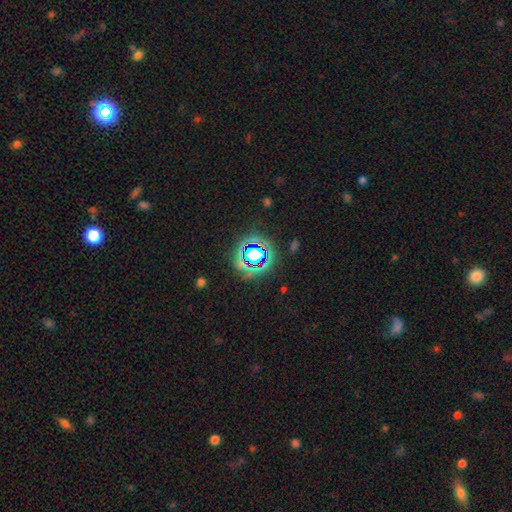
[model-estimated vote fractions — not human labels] Q: Smooth or featured?
A: star or artifact (71%); runner-up: smooth (18%)